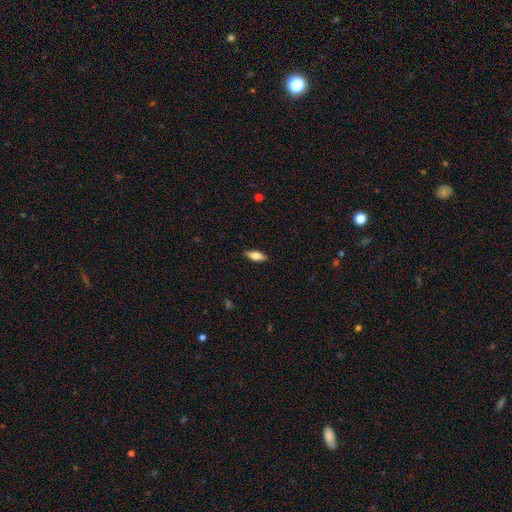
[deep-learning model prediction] The model was most divided on "how rounded": in between: 67%, cigar-shaped: 31%, round: 3%. More confident: merging — none (88%); smooth or featured — smooth (69%).